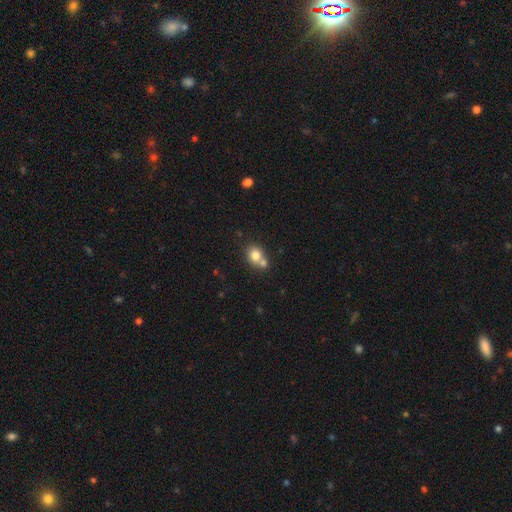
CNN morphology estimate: type=smooth (78%); roundness=round (70%); merging=merger (45%).